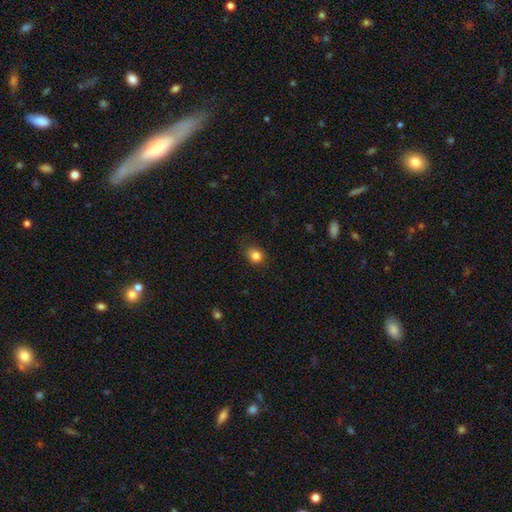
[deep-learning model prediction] The model was most divided on "how rounded": round: 63%, in between: 36%, cigar-shaped: 1%. More confident: smooth or featured — smooth (83%); merging — none (82%).